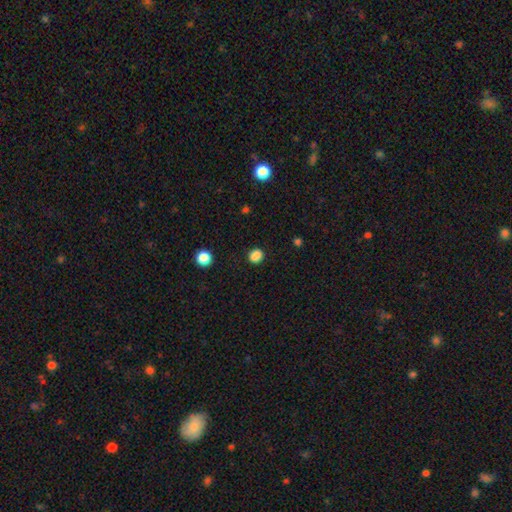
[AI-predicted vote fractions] Morphology: type=smooth (85%); roundness=round (69%); merging=none (87%).